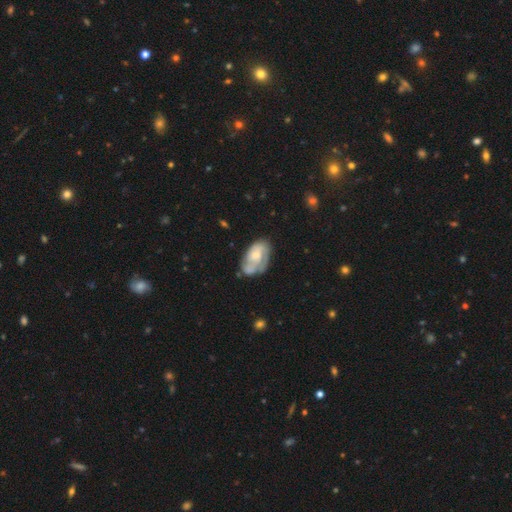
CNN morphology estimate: smooth_or_featured: featured or disk (p=0.54) [alt: smooth p=0.39]
disk_edge_on: no (p=0.96) [alt: yes p=0.04]
bar: no (p=0.73) [alt: weak p=0.23]
has_spiral_arms: yes (p=0.64) [alt: no p=0.36]
bulge_size: moderate (p=0.41) [alt: small p=0.40]
merging: none (p=0.50) [alt: minor disturbance p=0.30]